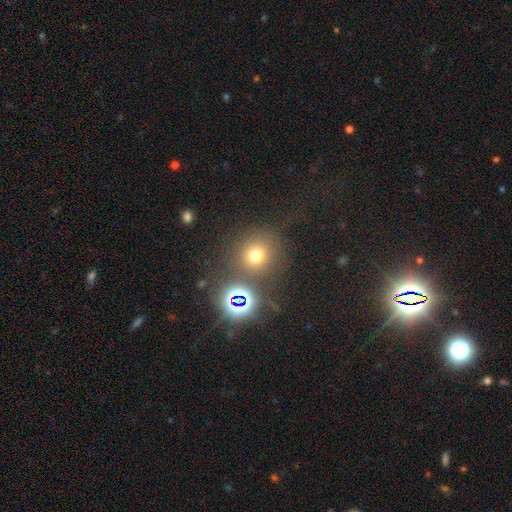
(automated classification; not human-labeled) Morphology: type=smooth (67%); roundness=round (88%); merging=none (75%).